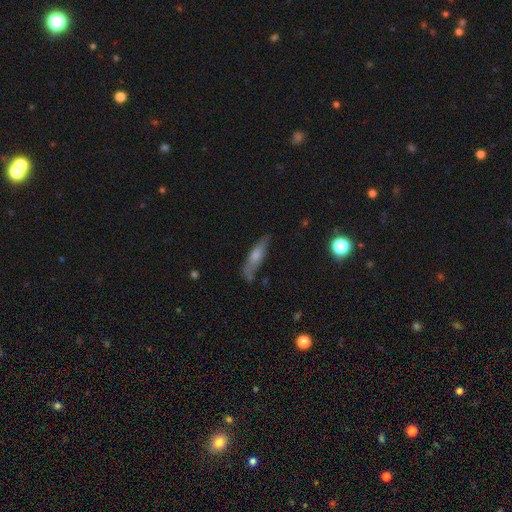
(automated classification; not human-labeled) This is possibly a smooth galaxy (60%). How rounded: likely cigar-shaped (68%). Merging: likely none (69%).